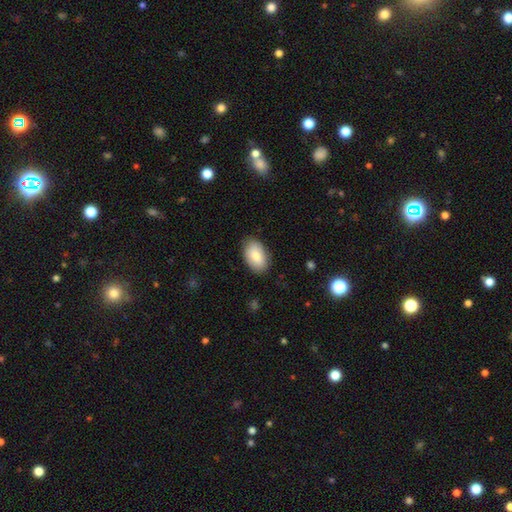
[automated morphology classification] A smooth galaxy with no disk features (81%) that is in between round and cigar-shaped (91%).

Vote fractions:
- Smooth or featured? smooth: 81% / featured or disk: 12% / star or artifact: 7%
- How rounded? in between: 91% / round: 8% / cigar-shaped: 1%
- Merging? none: 85% / minor disturbance: 12% / major disturbance: 2% / merger: 1%